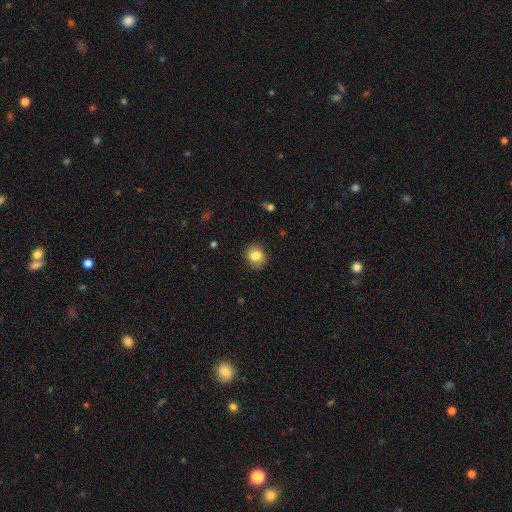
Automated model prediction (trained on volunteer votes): The model was most divided on "how rounded": round: 68%, in between: 31%, cigar-shaped: 1%. More confident: merging — none (85%); smooth or featured — smooth (82%).